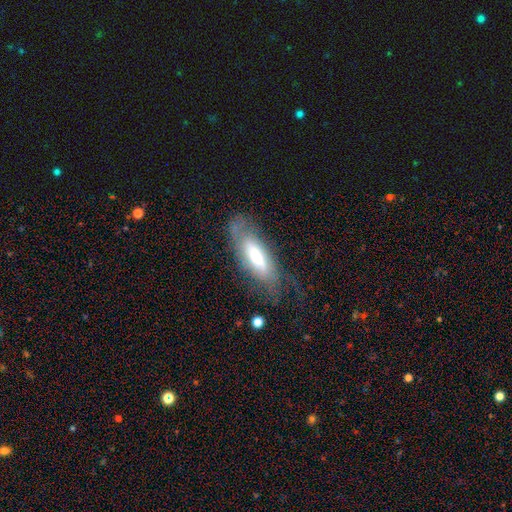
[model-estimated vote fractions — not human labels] smooth_or_featured: featured or disk (p=0.52) [alt: smooth p=0.41]
disk_edge_on: no (p=0.74) [alt: yes p=0.26]
merging: none (p=0.58) [alt: minor disturbance p=0.24]